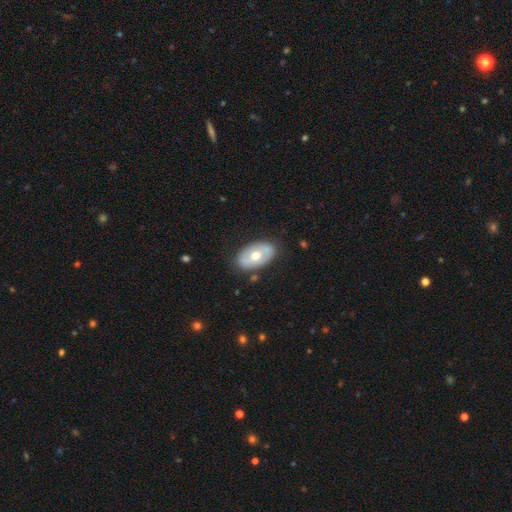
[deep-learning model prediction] Smooth or featured?
  - smooth: 52% *
  - featured or disk: 43%
  - star or artifact: 6%
How rounded?
  - in between: 91% *
  - round: 7%
  - cigar-shaped: 1%
Merging?
  - none: 82% *
  - minor disturbance: 13%
  - major disturbance: 3%
  - merger: 2%